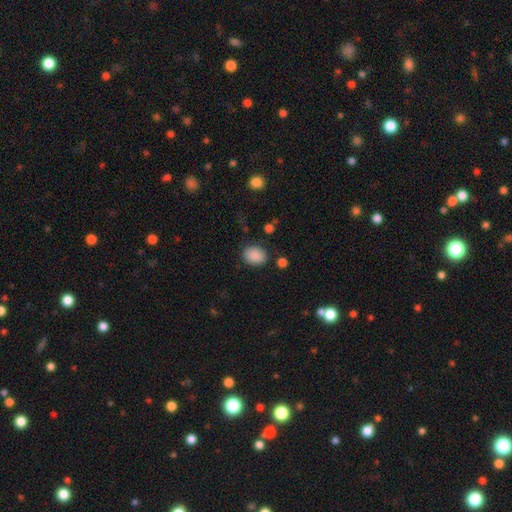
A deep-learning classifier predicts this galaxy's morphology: smooth_or_featured: smooth (p=0.88) [alt: star or artifact p=0.08]
how_rounded: in between (p=0.67) [alt: round p=0.32]
merging: none (p=0.82) [alt: minor disturbance p=0.12]